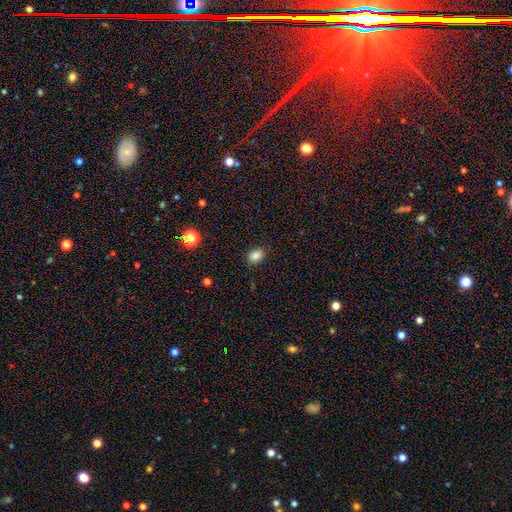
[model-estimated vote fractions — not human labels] Smooth or featured: smooth — 86% (star or artifact — 11%)
How rounded: in between — 69% (round — 30%)
Merging: none — 87% (minor disturbance — 9%)